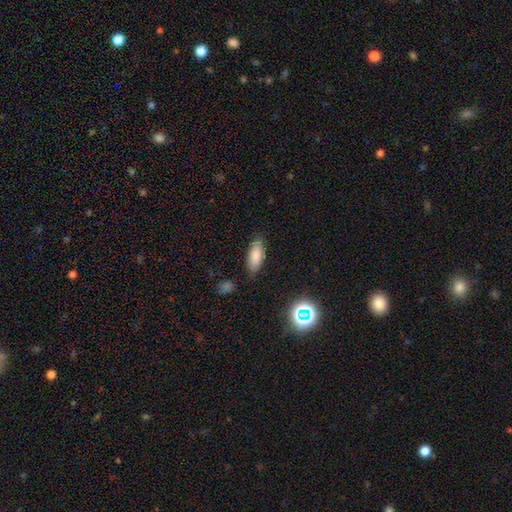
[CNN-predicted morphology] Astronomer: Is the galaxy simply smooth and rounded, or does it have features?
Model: smooth — 82%.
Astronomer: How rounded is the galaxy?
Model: in between — 73%.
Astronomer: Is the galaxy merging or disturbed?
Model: none — 82%.